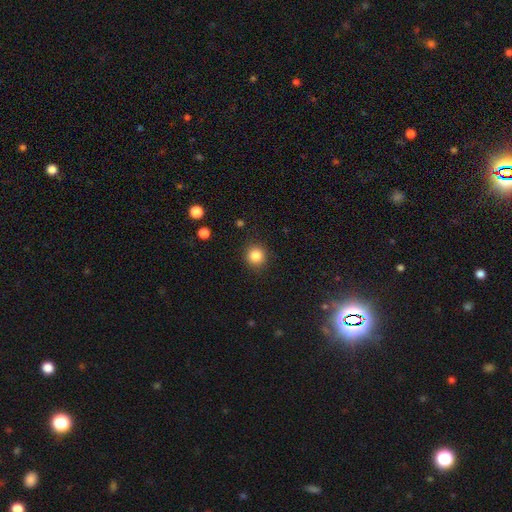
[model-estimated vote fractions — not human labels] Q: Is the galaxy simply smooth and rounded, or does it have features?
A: smooth — 85%.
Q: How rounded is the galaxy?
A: round — 91%.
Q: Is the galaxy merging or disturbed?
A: none — 89%.